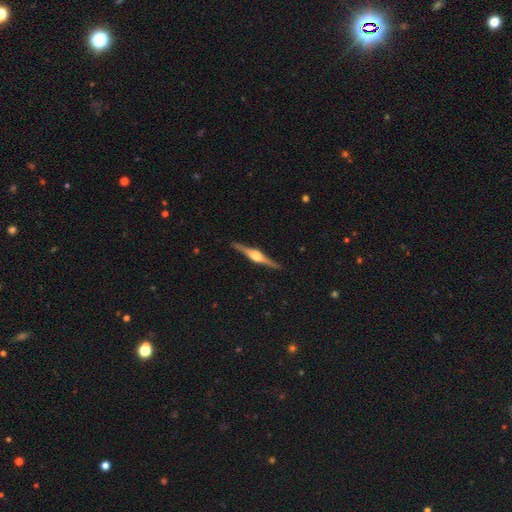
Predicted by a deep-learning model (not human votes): Morphology: type=featured or disk (85%); edge-on=yes (98%); edge-on bulge=rounded (91%); merging=none (91%).